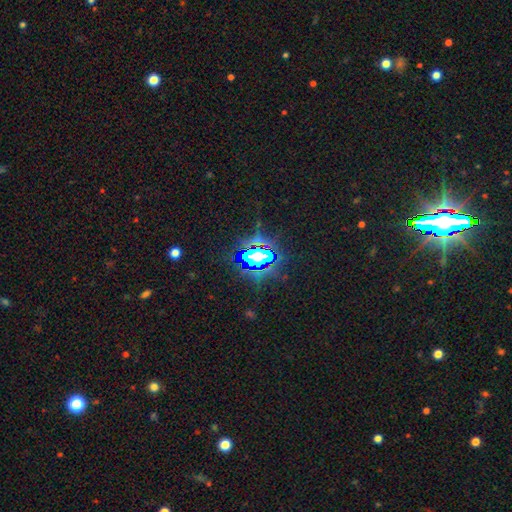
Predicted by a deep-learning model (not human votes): Smooth or featured: star or artifact — 67% (smooth — 20%)